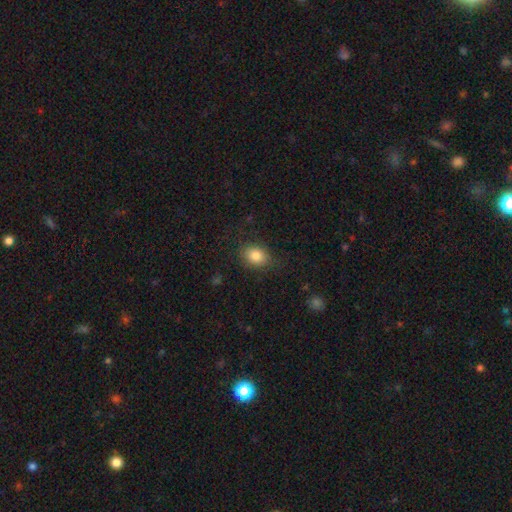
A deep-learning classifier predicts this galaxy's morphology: The model was most divided on "how rounded": in between: 60%, round: 39%, cigar-shaped: 1%. More confident: smooth or featured — smooth (84%); merging — none (82%).